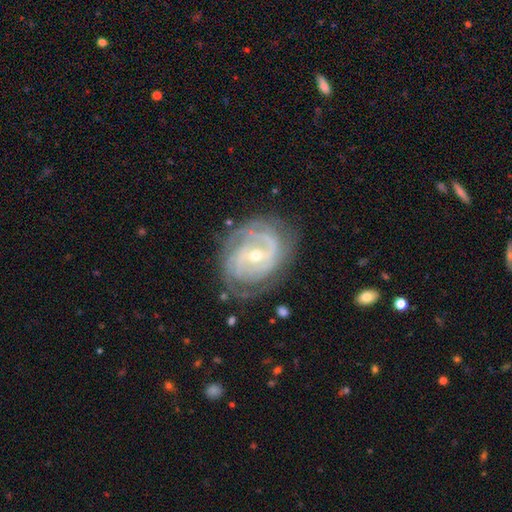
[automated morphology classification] smooth-or-featured: featured or disk: 88% | smooth: 7% | star or artifact: 5%
  disk-edge-on: no: 97% | yes: 3%
    bar: weak: 42% | no: 40% | strong: 18%
    has-spiral-arms: yes: 96% | no: 4%
      spiral-winding: tight: 62% | medium: 31% | loose: 7%
      spiral-arm-count: 2: 39% | can't tell: 24% | 3: 21% | 4: 7% | 1: 5% | more than 4: 4%
    bulge-size: small: 58% | moderate: 39% | large: 1% | none: 1% | dominant: 1%
  merging: none: 71% | minor disturbance: 19% | major disturbance: 8% | merger: 1%